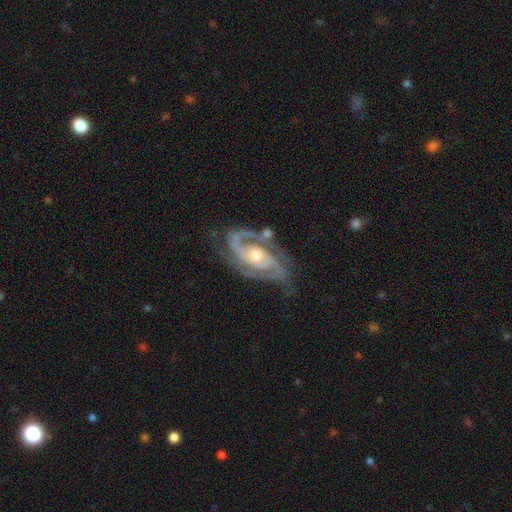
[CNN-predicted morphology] Smooth or featured: featured or disk — 93% (star or artifact — 4%)
Edge-on disk: no — 97% (yes — 3%)
Bar: no — 55% (weak — 32%)
Spiral arms: yes — 98% (no — 2%)
Spiral winding: medium — 48% (tight — 43%)
Spiral arm count: 2 — 71% (3 — 16%)
Bulge size: moderate — 69% (small — 21%)
Merging: none — 66% (minor disturbance — 19%)